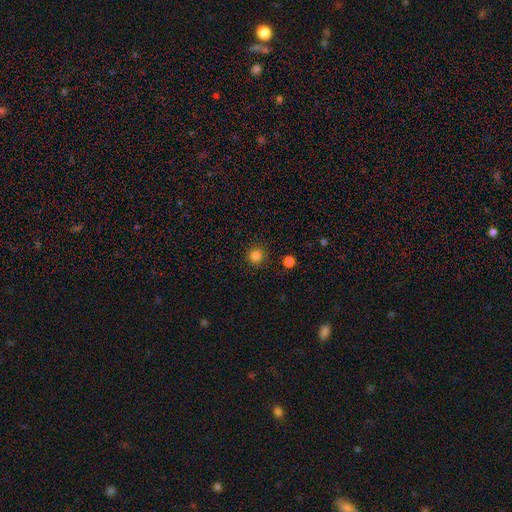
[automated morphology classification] This is clearly a smooth galaxy (83%). How rounded: clearly round (94%). Merging: clearly none (90%).